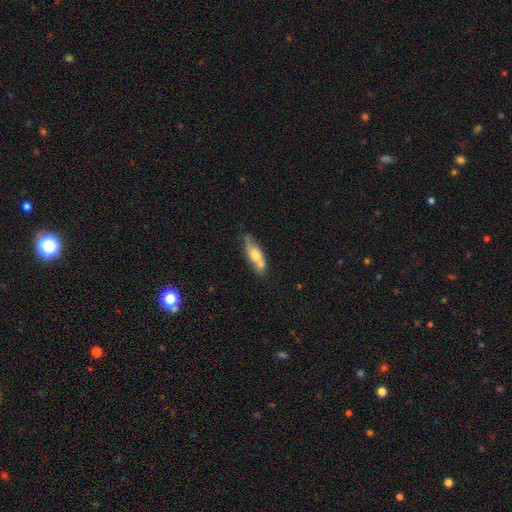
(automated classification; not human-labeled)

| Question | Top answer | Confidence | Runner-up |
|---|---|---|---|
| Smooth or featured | smooth | 61% | featured or disk (32%) |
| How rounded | in between | 53% | cigar-shaped (44%) |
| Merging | none | 50% | merger (25%) |